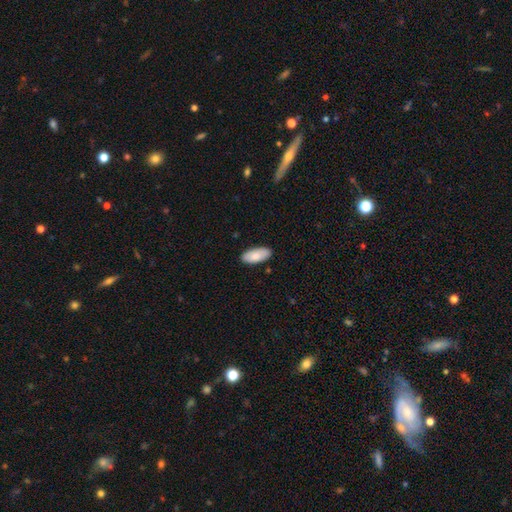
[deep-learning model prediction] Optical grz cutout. It shows a smooth galaxy with no disk features (86%) that is in between round and cigar-shaped (91%). Merging: none (88%).